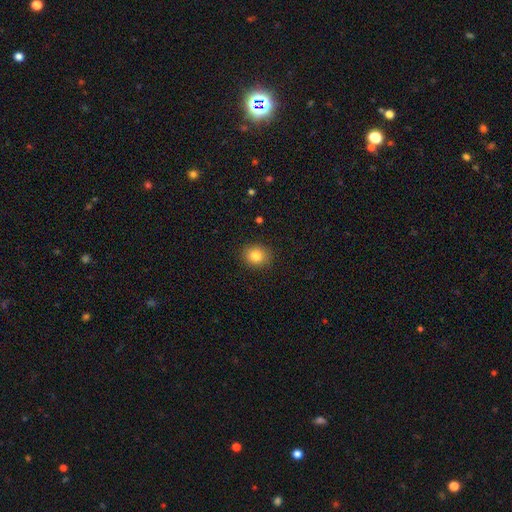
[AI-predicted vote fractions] This is clearly a smooth galaxy (83%). How rounded: likely round (74%). Merging: clearly none (89%).